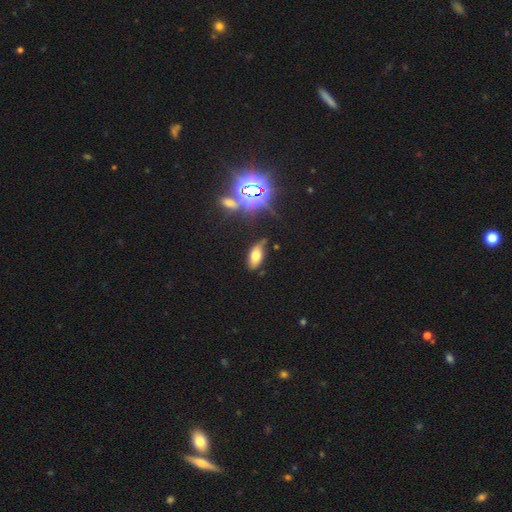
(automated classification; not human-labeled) This appears to be a smooth galaxy with no disk features (63%) that is in between round and cigar-shaped (88%). Merging: none (69%).